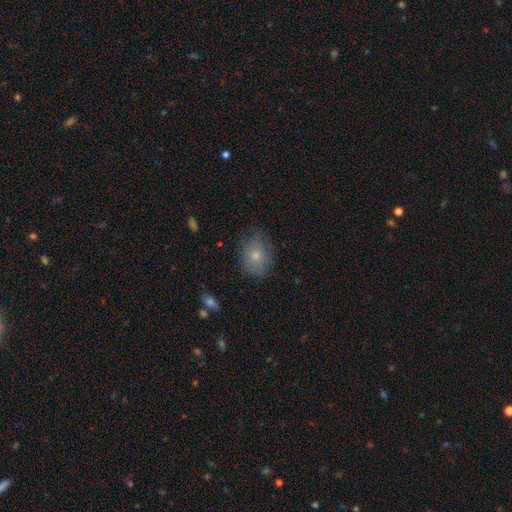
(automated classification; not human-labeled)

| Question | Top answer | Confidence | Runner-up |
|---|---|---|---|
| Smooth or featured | smooth | 73% | featured or disk (18%) |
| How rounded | in between | 62% | round (37%) |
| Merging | none | 74% | minor disturbance (20%) |